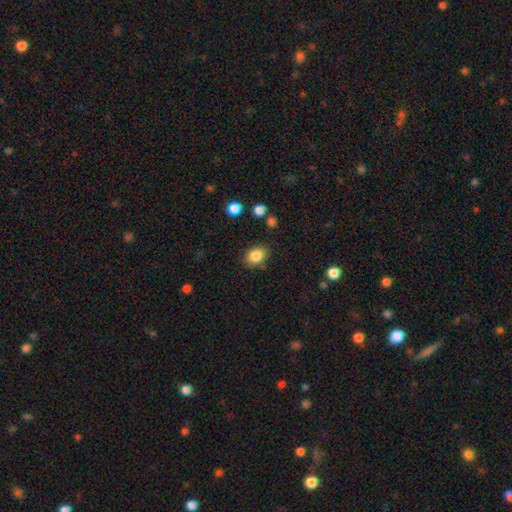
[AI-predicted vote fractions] smooth_or_featured: smooth (p=0.85) [alt: star or artifact p=0.09]
how_rounded: in between (p=0.60) [alt: round p=0.39]
merging: none (p=0.81) [alt: minor disturbance p=0.13]